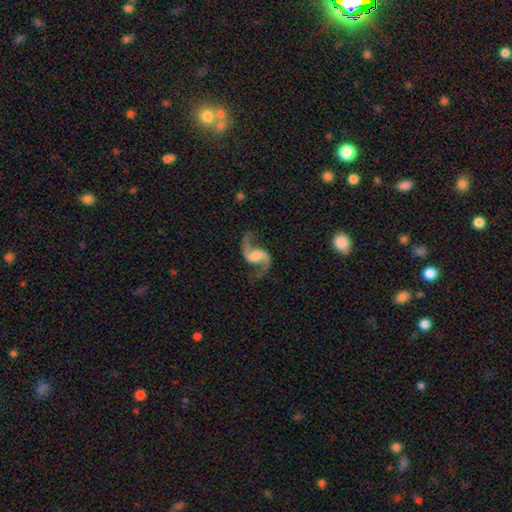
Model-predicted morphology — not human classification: The model was most divided on "bar": weak: 44%, no: 40%, strong: 16%. Remaining: edge-on disk — no (98%); spiral arms — yes (98%); spiral arm count — 2 (94%); smooth or featured — featured or disk (91%); merging — none (77%); spiral winding — loose (77%); bulge size — moderate (32%).